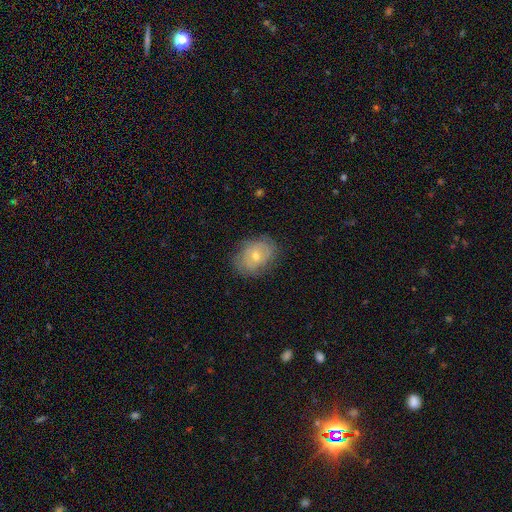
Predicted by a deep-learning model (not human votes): Overall: featured or disk (56%; smooth 34%). Edge-on disk: no (95%). Bar: no (81%). Spiral arms: yes (65%; no 35%). Bulge size: moderate (51%; small 46%). Merging: none (78%).